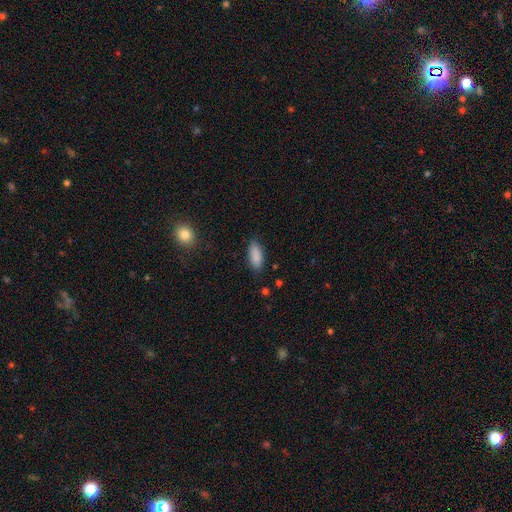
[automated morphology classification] Overall: smooth (88%). How rounded: in between (85%). Merging: none (84%).